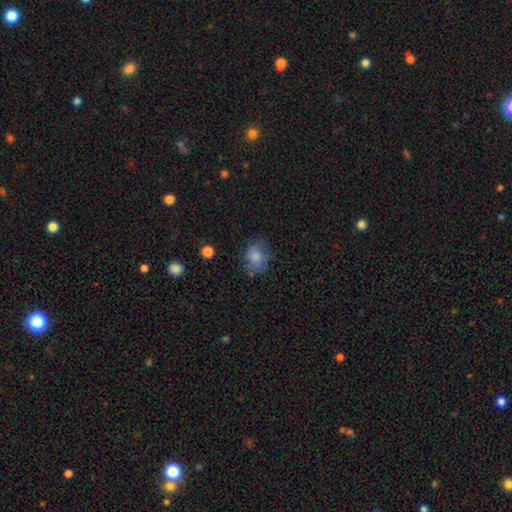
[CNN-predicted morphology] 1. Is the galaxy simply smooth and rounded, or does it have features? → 68% smooth, 21% featured or disk, 11% star or artifact.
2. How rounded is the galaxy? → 50% in between, 49% round, 1% cigar-shaped.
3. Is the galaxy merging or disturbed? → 67% none, 23% minor disturbance, 8% major disturbance, 2% merger.